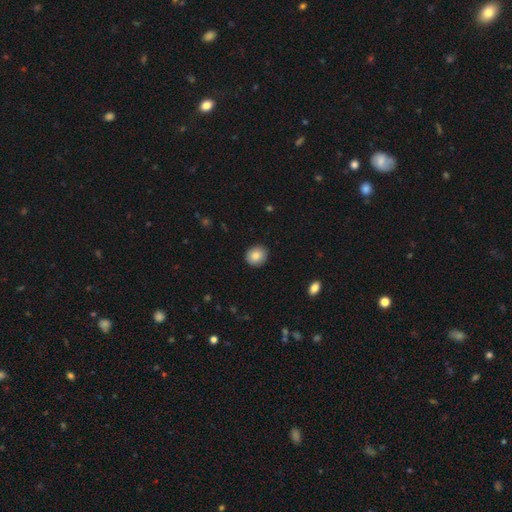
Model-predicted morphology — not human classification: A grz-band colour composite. It shows a smooth galaxy with no disk features (85%) that is round (79%). Merging: none (90%).